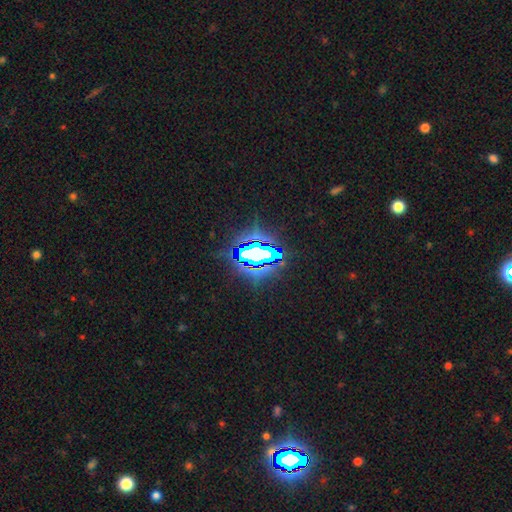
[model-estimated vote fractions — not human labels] smooth-or-featured: star or artifact: 73% | smooth: 15% | featured or disk: 13%